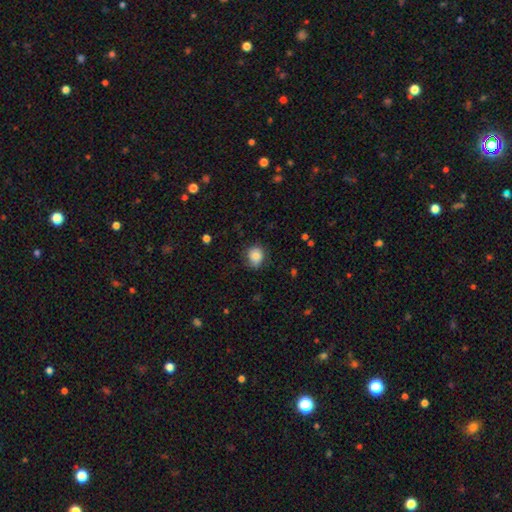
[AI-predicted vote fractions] Q: Smooth or featured?
A: smooth (80%); runner-up: featured or disk (11%)
Q: How rounded?
A: round (74%); runner-up: in between (25%)
Q: Merging?
A: none (70%); runner-up: minor disturbance (23%)